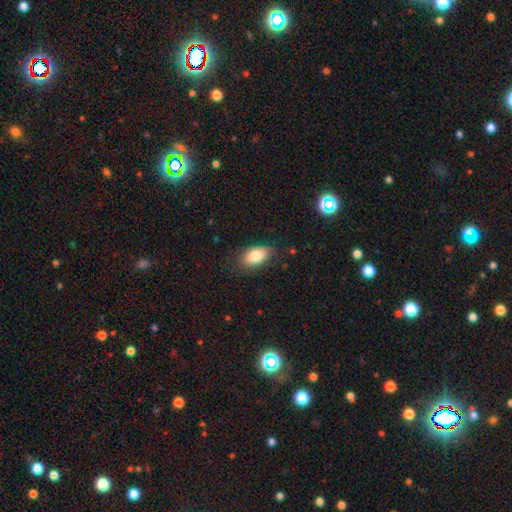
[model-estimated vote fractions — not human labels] smooth-or-featured: smooth: 82% | featured or disk: 10% | star or artifact: 8%
  how-rounded: in between: 92% | round: 6% | cigar-shaped: 3%
  merging: none: 75% | minor disturbance: 19% | major disturbance: 5% | merger: 1%